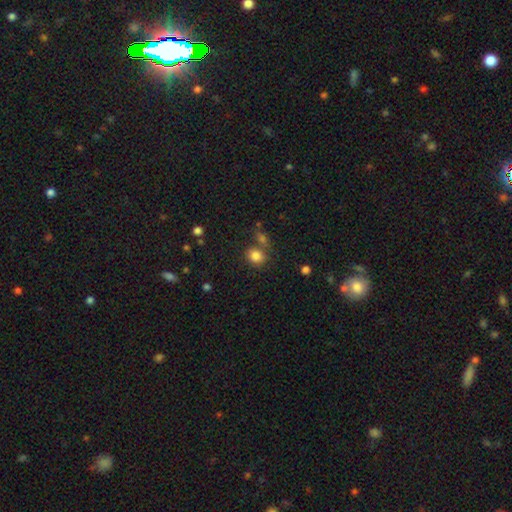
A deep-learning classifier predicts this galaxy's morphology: smooth-or-featured: smooth: 83% | star or artifact: 11% | featured or disk: 6%
  how-rounded: round: 63% | in between: 36% | cigar-shaped: 1%
  merging: none: 65% | merger: 19% | minor disturbance: 12% | major disturbance: 5%